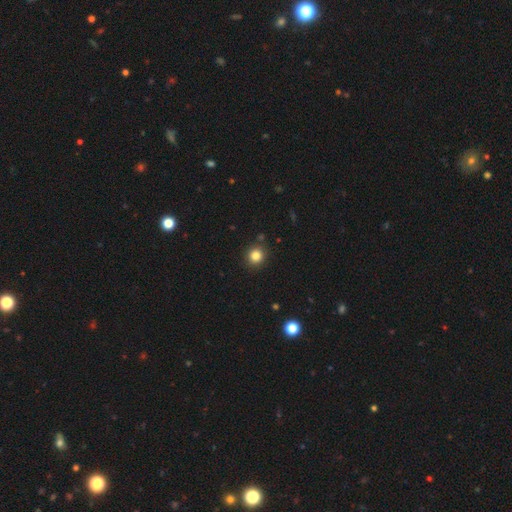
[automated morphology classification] Overall: smooth (83%). How rounded: round (89%). Merging: none (88%).